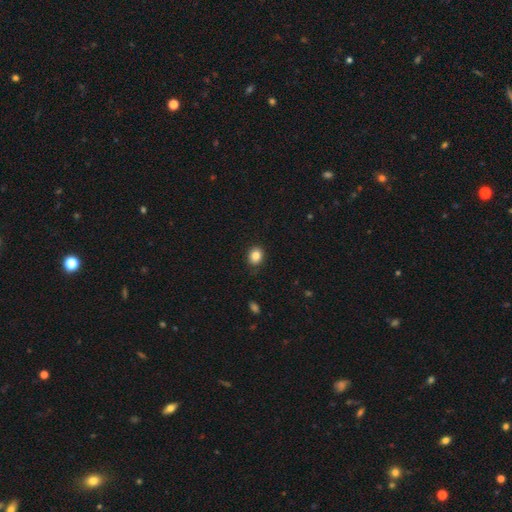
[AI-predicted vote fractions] Smooth or featured: smooth — 86% (star or artifact — 10%)
How rounded: round — 53% (in between — 46%)
Merging: none — 84% (minor disturbance — 12%)